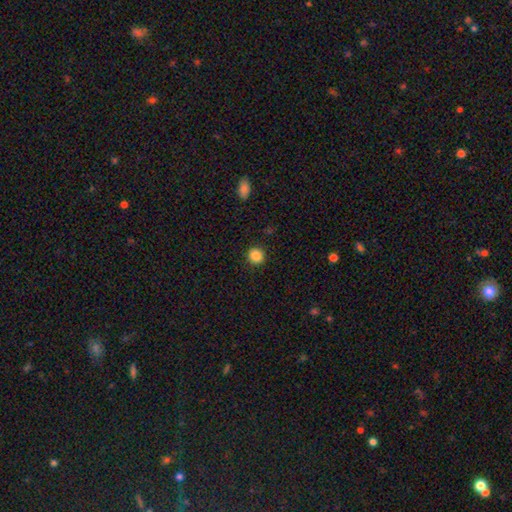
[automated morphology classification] This appears to be a smooth galaxy with no disk features (86%) that is round (90%). Merging: none (91%).